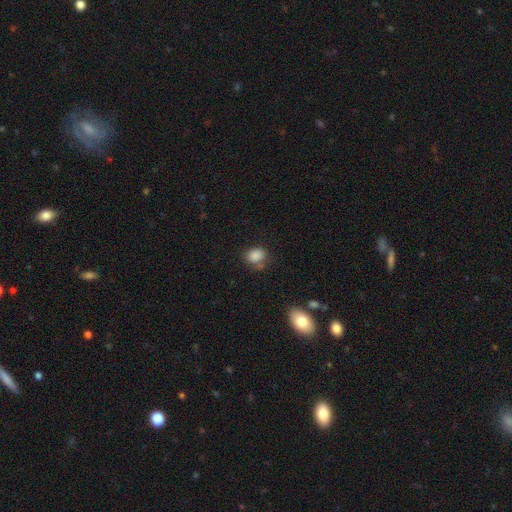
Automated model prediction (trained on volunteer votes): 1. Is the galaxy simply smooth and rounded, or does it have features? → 85% smooth, 10% star or artifact, 5% featured or disk.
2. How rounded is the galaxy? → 57% in between, 42% round, 1% cigar-shaped.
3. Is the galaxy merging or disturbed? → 63% none, 22% minor disturbance, 8% merger, 7% major disturbance.